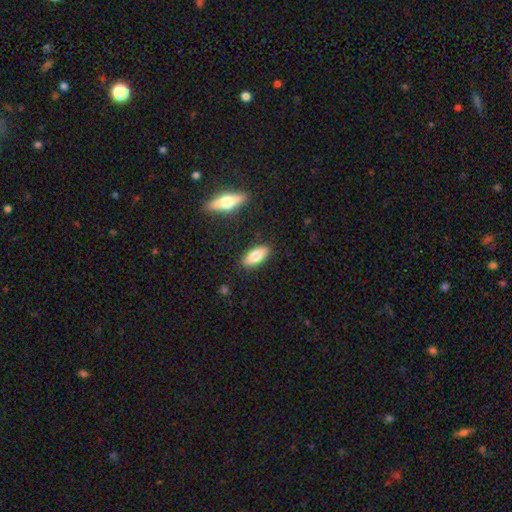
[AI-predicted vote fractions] Smooth or featured? smooth (76%)
How rounded? in between (84%)
Merging? none (87%)